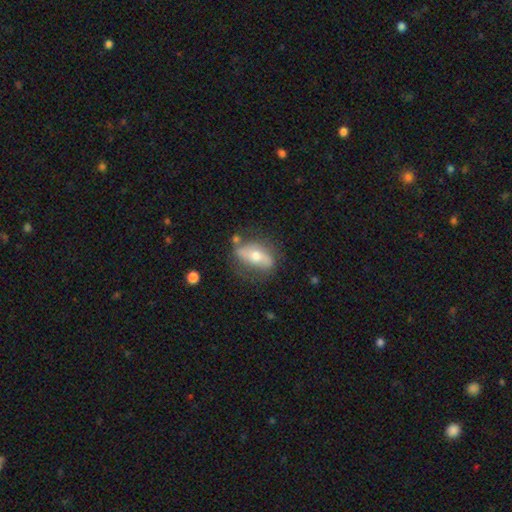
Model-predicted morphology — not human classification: Smooth or featured: featured or disk — 52% (smooth — 41%)
Edge-on disk: no — 72% (yes — 28%)
Merging: none — 65% (minor disturbance — 21%)